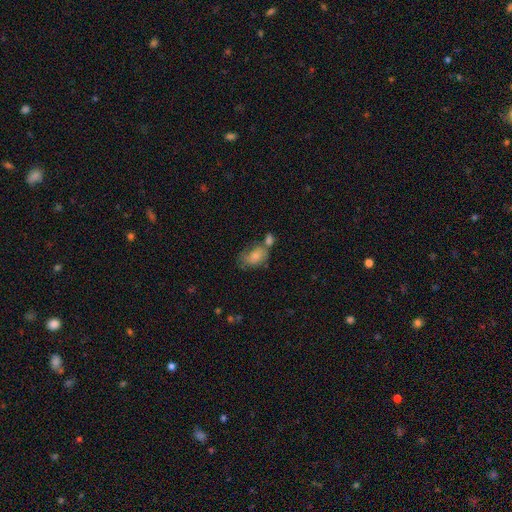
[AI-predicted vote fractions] Q: Smooth or featured?
A: smooth (73%); runner-up: featured or disk (19%)
Q: How rounded?
A: in between (84%); runner-up: round (14%)
Q: Merging?
A: none (35%); runner-up: merger (32%)